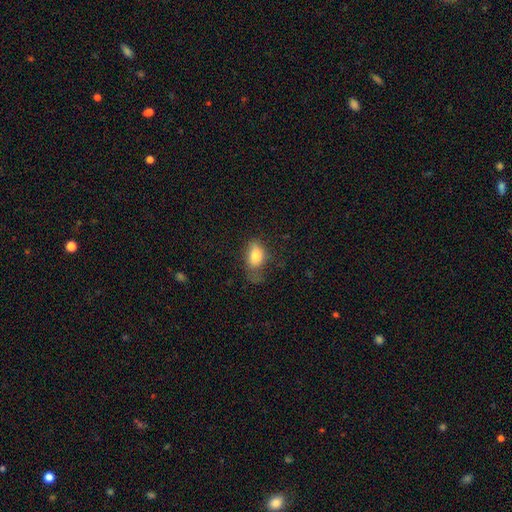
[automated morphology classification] A smooth galaxy with no disk features (79%) that is in between round and cigar-shaped (88%).

Vote fractions:
- Smooth or featured? smooth: 79% / featured or disk: 13% / star or artifact: 8%
- How rounded? in between: 88% / round: 8% / cigar-shaped: 3%
- Merging? none: 43% / minor disturbance: 32% / major disturbance: 23% / merger: 3%